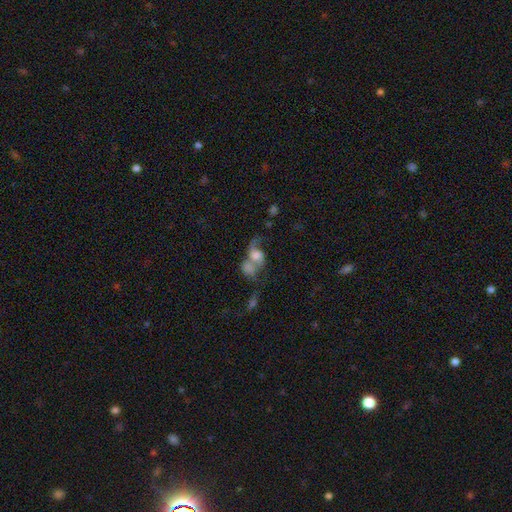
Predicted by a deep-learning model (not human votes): featured or disk 45%, smooth 43%, star or artifact 12%. Down the decision tree: merging — merger (62%).